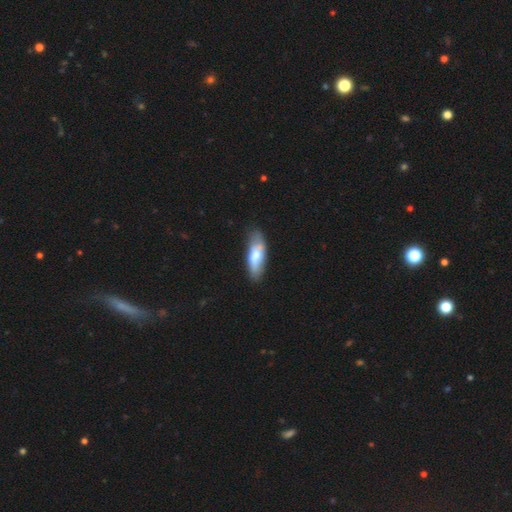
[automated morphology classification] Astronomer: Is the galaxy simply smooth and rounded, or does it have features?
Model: smooth — 69%.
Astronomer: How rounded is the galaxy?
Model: in between — 61% (runner-up: cigar-shaped, 37%).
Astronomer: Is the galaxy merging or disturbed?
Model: none — 69%.